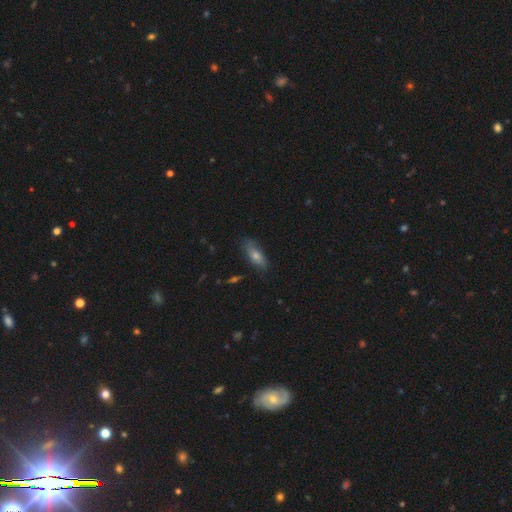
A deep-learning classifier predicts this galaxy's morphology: type=smooth (59%); roundness=in between (68%); merging=none (78%).